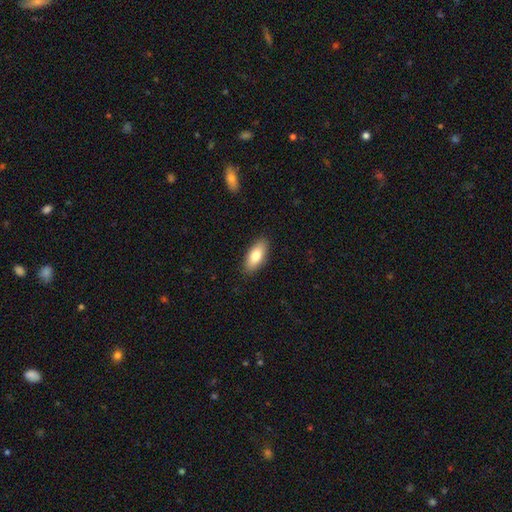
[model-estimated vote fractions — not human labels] Smooth or featured? Predicted: smooth (p=0.79). How rounded? Predicted: in between (p=0.85). Merging? Predicted: none (p=0.88).